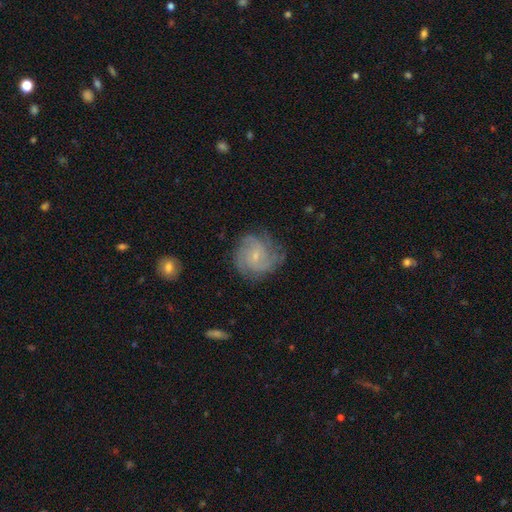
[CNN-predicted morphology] The model was most divided on "spiral arm count": 3: 29%, can't tell: 25%, 2: 20%, 4: 14%, 1: 6%, more than 4: 6%. Remaining: edge-on disk — no (98%); spiral arms — yes (95%); smooth or featured — featured or disk (78%); bulge size — small (76%); merging — none (73%); bar — no (57%); spiral winding — tight (50%).